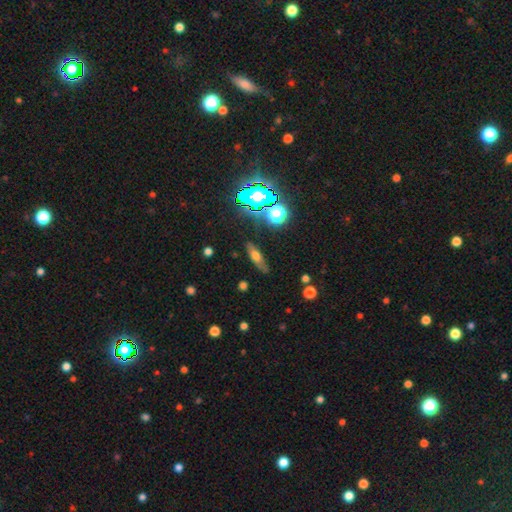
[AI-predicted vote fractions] Morphology: type=smooth (52%); roundness=cigar-shaped (50%); merging=none (77%).